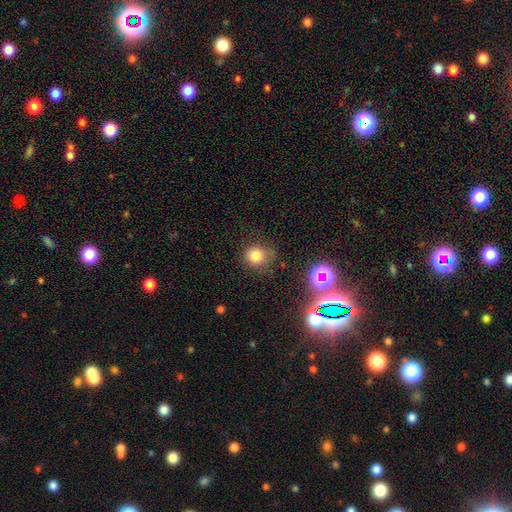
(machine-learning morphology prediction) This appears to be a smooth galaxy with no disk features (77%) that is round (82%). Merging: none (64%).